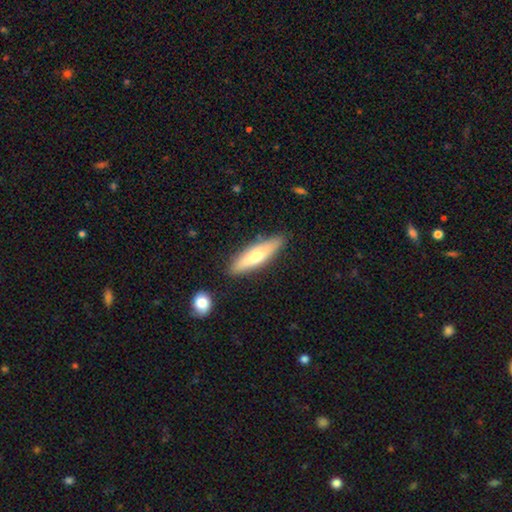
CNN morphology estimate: Q: Smooth or featured?
A: smooth (58%); runner-up: featured or disk (37%)
Q: How rounded?
A: cigar-shaped (75%); runner-up: in between (23%)
Q: Merging?
A: none (85%); runner-up: minor disturbance (10%)